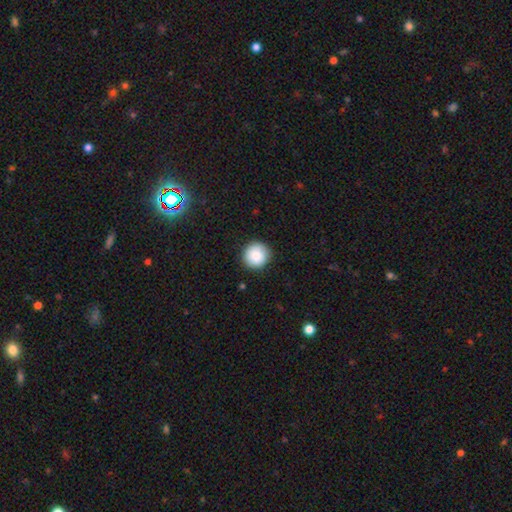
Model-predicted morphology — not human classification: type=smooth (86%); roundness=round (95%); merging=none (90%).